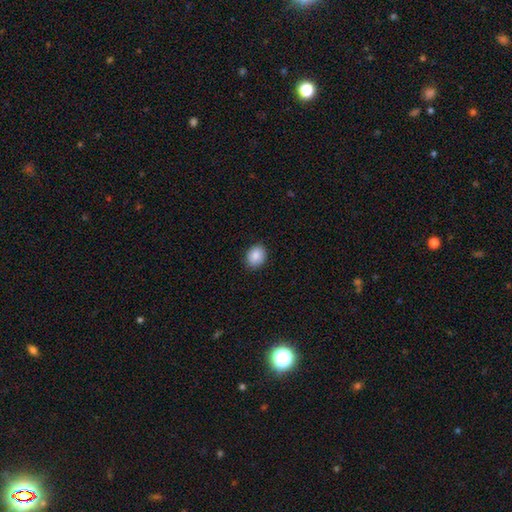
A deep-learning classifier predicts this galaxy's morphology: The model was most divided on "how rounded": round: 51%, in between: 49%, cigar-shaped: 1%. More confident: smooth or featured — smooth (88%); merging — none (87%).